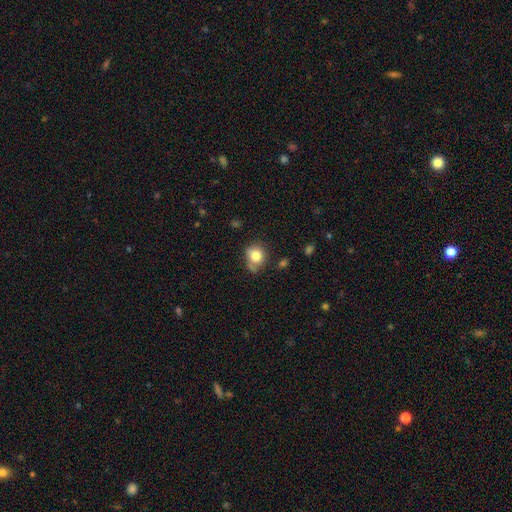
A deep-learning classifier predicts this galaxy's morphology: This appears to be a smooth galaxy with no disk features (79%) that is round (71%). Merging: none (56%).